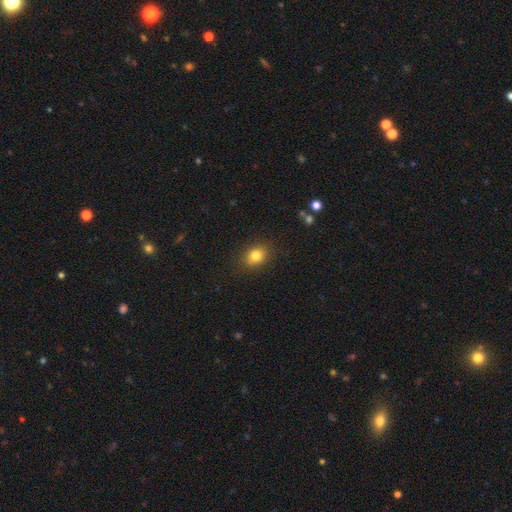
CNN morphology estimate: Overall: smooth (81%). How rounded: in between (50%; round 49%). Merging: none (87%).